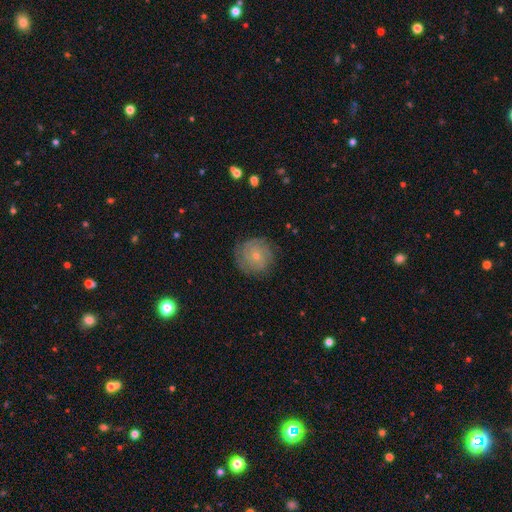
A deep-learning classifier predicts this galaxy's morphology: Smooth or featured? Predicted: featured or disk (p=0.59). Edge-on disk? Predicted: no (p=0.97). Bar? Predicted: no (p=0.82). Spiral arms? Predicted: yes (p=0.84). Bulge size? Predicted: small (p=0.70). Merging? Predicted: none (p=0.81).